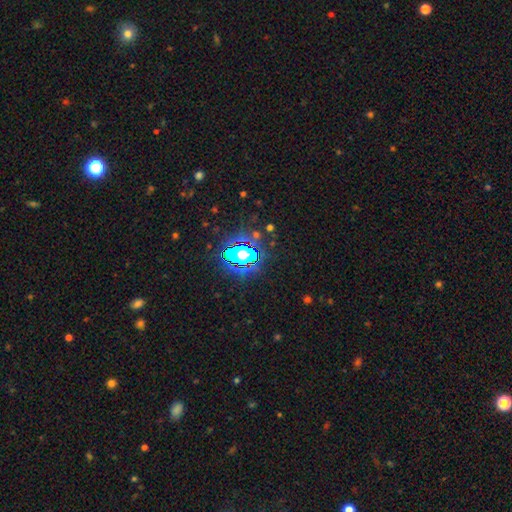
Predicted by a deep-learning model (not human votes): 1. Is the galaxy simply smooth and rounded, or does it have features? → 82% star or artifact, 10% smooth, 7% featured or disk.